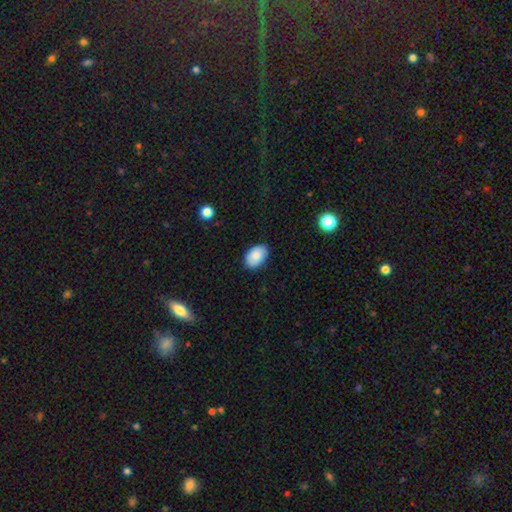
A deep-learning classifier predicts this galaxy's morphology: Overall: smooth (86%). How rounded: in between (89%). Merging: none (84%).